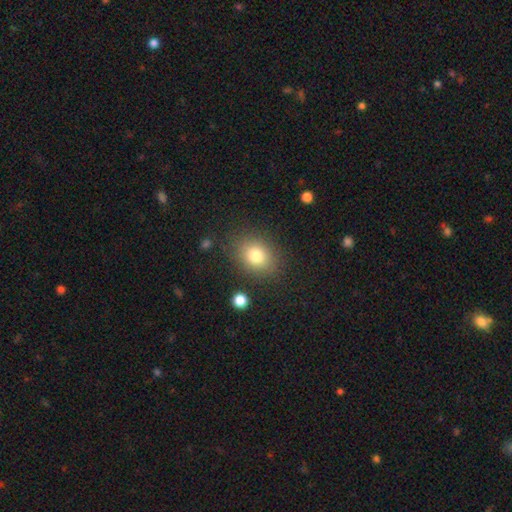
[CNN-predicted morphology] Overall: smooth (79%). How rounded: in between (53%; round 46%). Merging: none (83%).